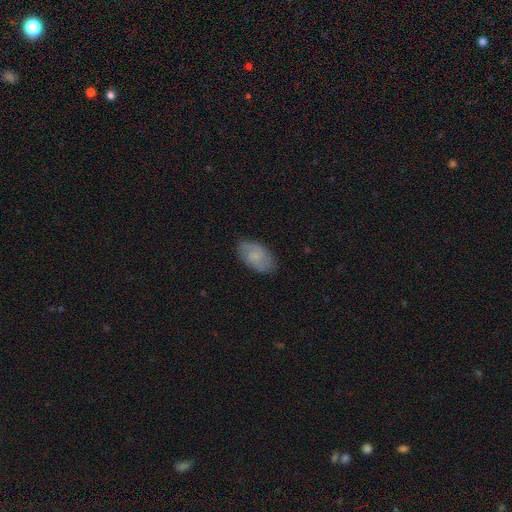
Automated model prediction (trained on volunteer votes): A smooth galaxy with no disk features (64%) that is in between round and cigar-shaped (94%).

Vote fractions:
- Smooth or featured? smooth: 64% / featured or disk: 29% / star or artifact: 7%
- How rounded? in between: 94% / round: 4% / cigar-shaped: 2%
- Merging? none: 83% / minor disturbance: 13% / major disturbance: 3% / merger: 1%